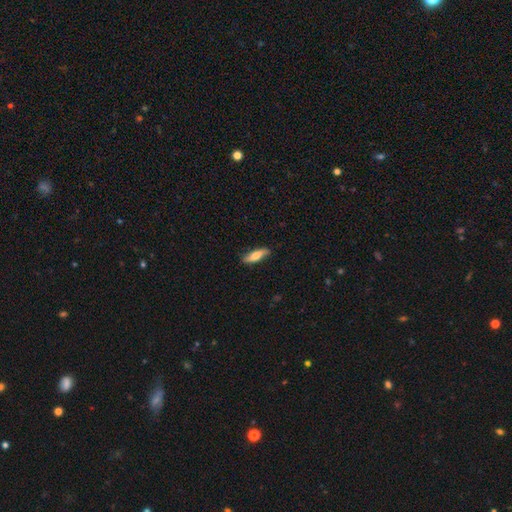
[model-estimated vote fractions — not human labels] A smooth galaxy with no disk features (58%) that is cigar-shaped (60%). Merging: none (82%).